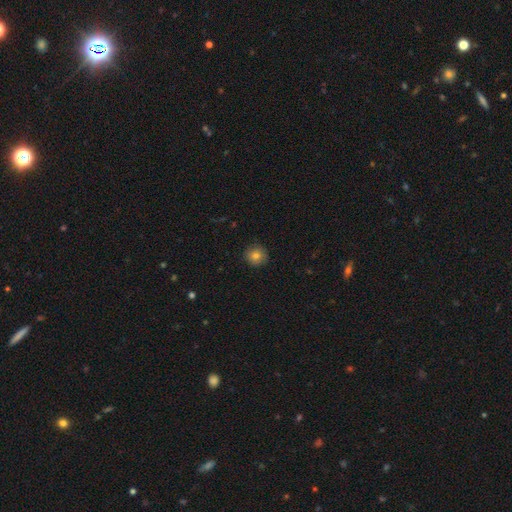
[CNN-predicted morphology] A smooth galaxy with no disk features (81%) that is round (93%).

Vote fractions:
- Smooth or featured? smooth: 81% / star or artifact: 11% / featured or disk: 8%
- How rounded? round: 93% / in between: 6% / cigar-shaped: 1%
- Merging? none: 89% / minor disturbance: 8% / major disturbance: 2% / merger: 1%